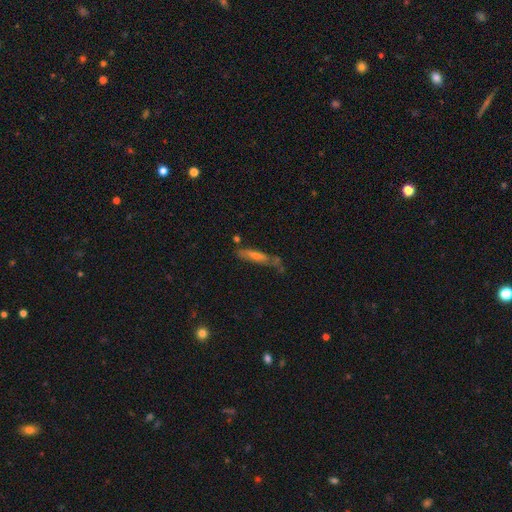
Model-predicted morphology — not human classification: Smooth or featured: featured or disk — 51% (smooth — 34%)
Edge-on disk: yes — 77% (no — 23%)
Merging: none — 59% (minor disturbance — 23%)